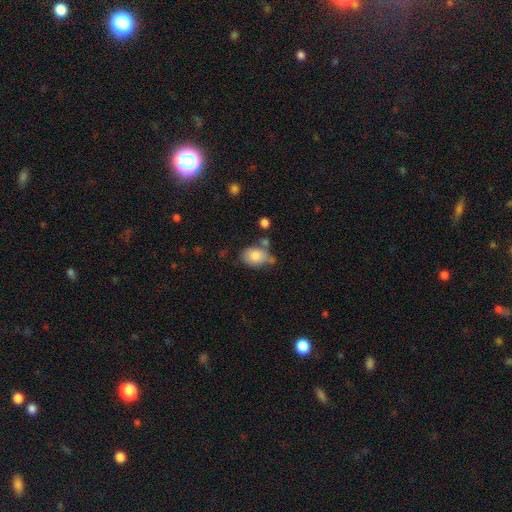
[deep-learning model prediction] smooth_or_featured: smooth (p=0.81) [alt: featured or disk p=0.11]
how_rounded: in between (p=0.75) [alt: round p=0.23]
merging: none (p=0.51) [alt: minor disturbance p=0.27]